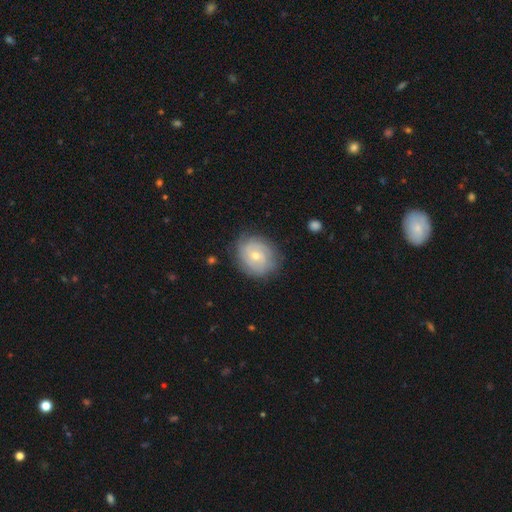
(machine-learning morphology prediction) Smooth or featured? featured or disk (73%)
Edge-on disk? no (97%)
Bar? no (66%)
Spiral arms? yes (91%)
Spiral winding? tight (69%)
Spiral arm count? can't tell (35%)
Bulge size? small (52%)
Merging? none (80%)